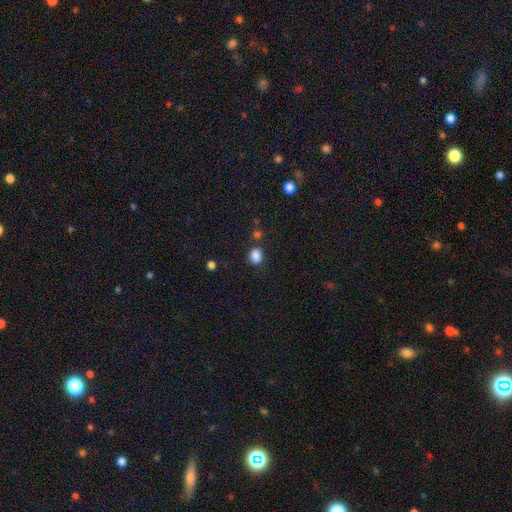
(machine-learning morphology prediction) Smooth or featured? smooth (86%)
How rounded? in between (52%)
Merging? none (75%)